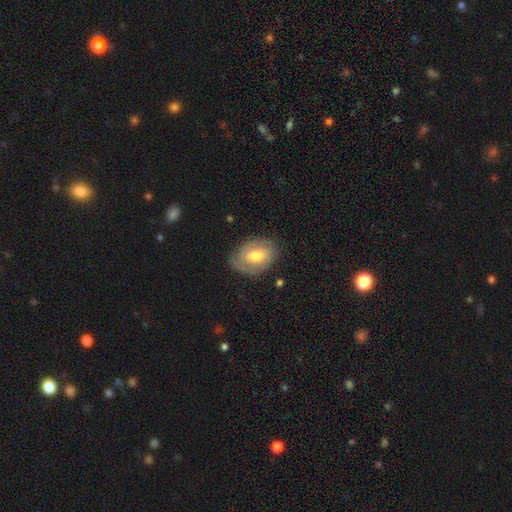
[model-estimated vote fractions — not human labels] This appears to be a featured or disk galaxy (52%). Merging: none (74%).